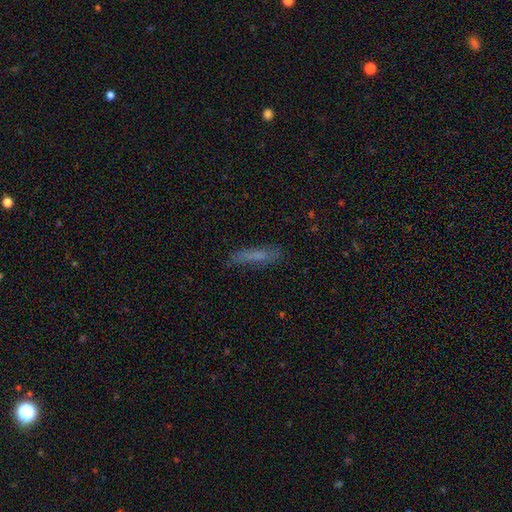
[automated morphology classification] Smooth or featured? smooth (65%)
How rounded? cigar-shaped (84%)
Merging? none (76%)